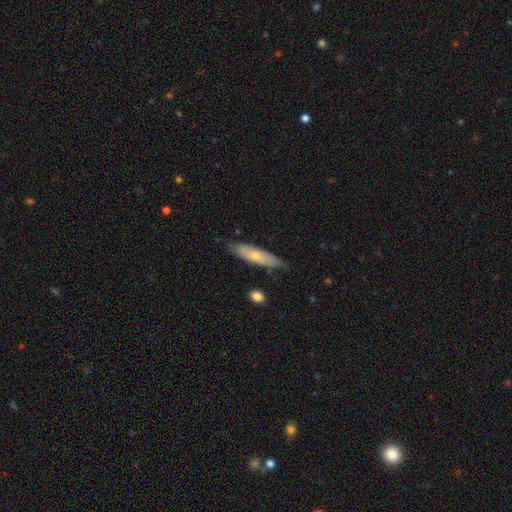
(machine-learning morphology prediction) A smooth galaxy with no disk features (58%) that is cigar-shaped (66%).

Vote fractions:
- Smooth or featured? smooth: 58% / featured or disk: 37% / star or artifact: 6%
- How rounded? cigar-shaped: 66% / in between: 32% / round: 2%
- Merging? none: 72% / minor disturbance: 22% / major disturbance: 3% / merger: 2%